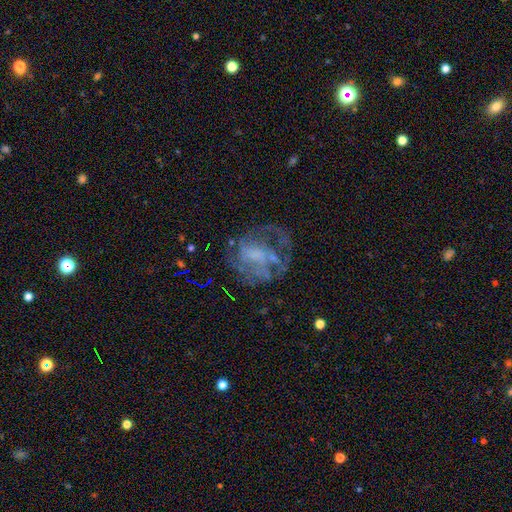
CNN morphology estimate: A featured or disk galaxy (69%) with no bar (67%), spiral arms (57%) and no central bulge (46%).

Vote fractions:
- Smooth or featured? featured or disk: 69% / smooth: 18% / star or artifact: 13%
- Edge-on disk? no: 98% / yes: 2%
- Bar? no: 67% / weak: 26% / strong: 7%
- Spiral arms? yes: 57% / no: 43%
- Bulge size? none: 46% / moderate: 23% / small: 20% / large: 10% / dominant: 2%
- Merging? none: 49% / major disturbance: 31% / minor disturbance: 17% / merger: 3%